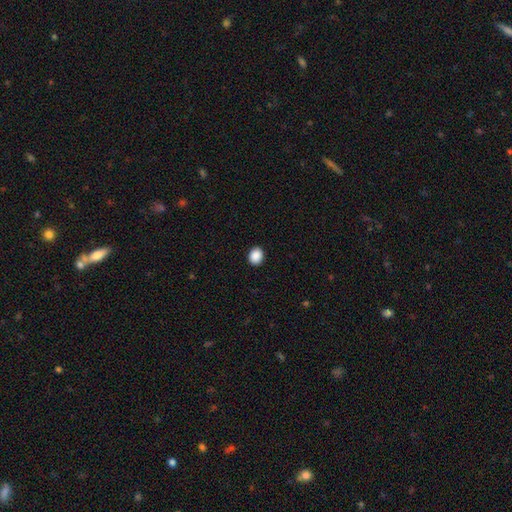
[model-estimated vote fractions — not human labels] Q: Smooth or featured?
A: smooth (90%); runner-up: star or artifact (8%)
Q: How rounded?
A: round (56%); runner-up: in between (43%)
Q: Merging?
A: none (92%); runner-up: minor disturbance (6%)